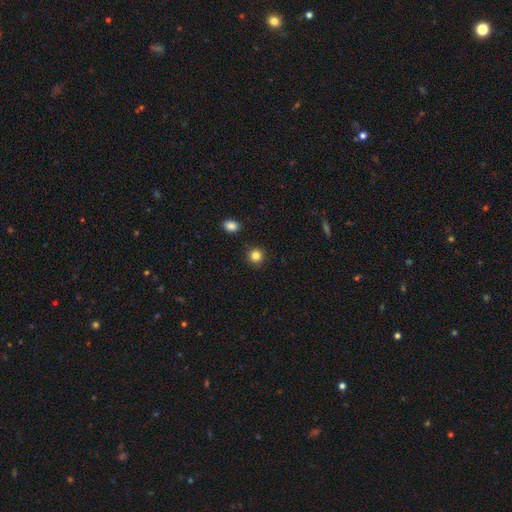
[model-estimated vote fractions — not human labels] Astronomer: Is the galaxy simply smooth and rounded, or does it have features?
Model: smooth — 84%.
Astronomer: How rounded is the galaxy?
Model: round — 92%.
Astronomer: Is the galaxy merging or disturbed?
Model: none — 90%.